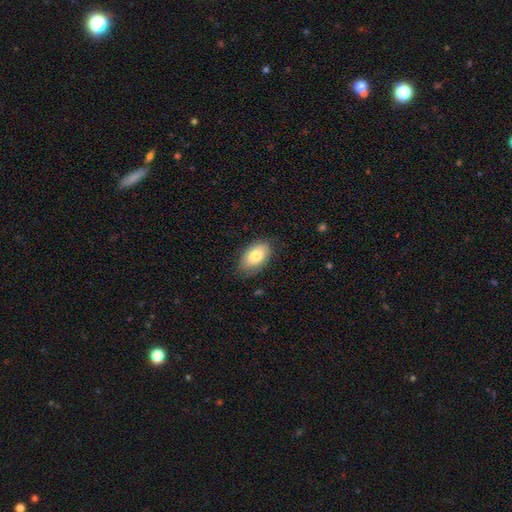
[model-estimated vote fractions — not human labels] Smooth or featured?
  - smooth: 80% *
  - featured or disk: 14%
  - star or artifact: 7%
How rounded?
  - in between: 92% *
  - round: 7%
  - cigar-shaped: 1%
Merging?
  - none: 78% *
  - minor disturbance: 17%
  - major disturbance: 4%
  - merger: 1%